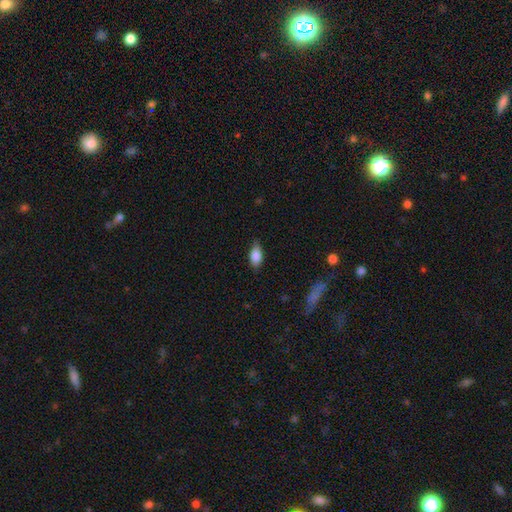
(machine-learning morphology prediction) A smooth galaxy with no disk features (82%) that is in between round and cigar-shaped (88%). Merging: none (70%).